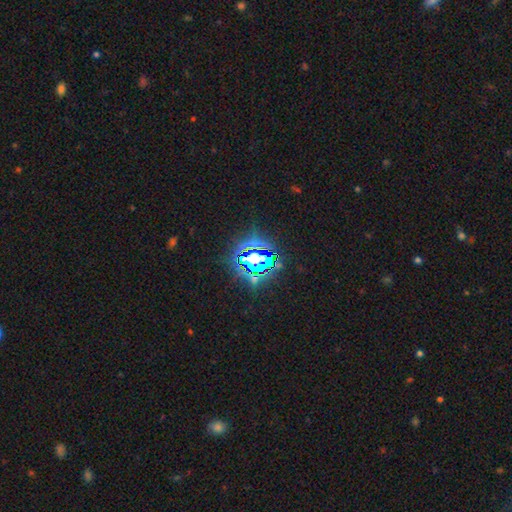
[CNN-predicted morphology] The model was most divided on "smooth or featured": star or artifact: 75%, smooth: 14%, featured or disk: 11%.